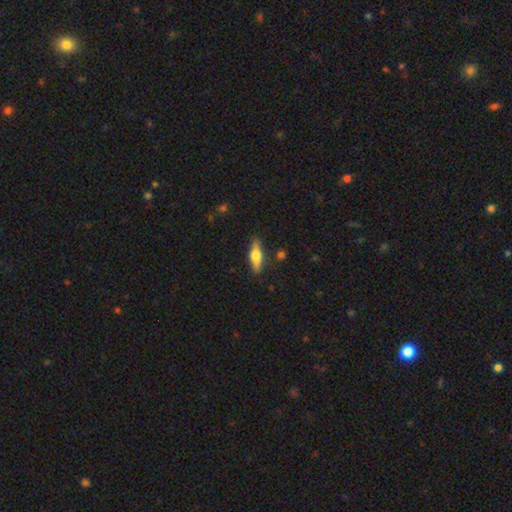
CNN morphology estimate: type=featured or disk (54%); edge-on=yes (94%); edge-on bulge=rounded (93%); merging=none (86%).